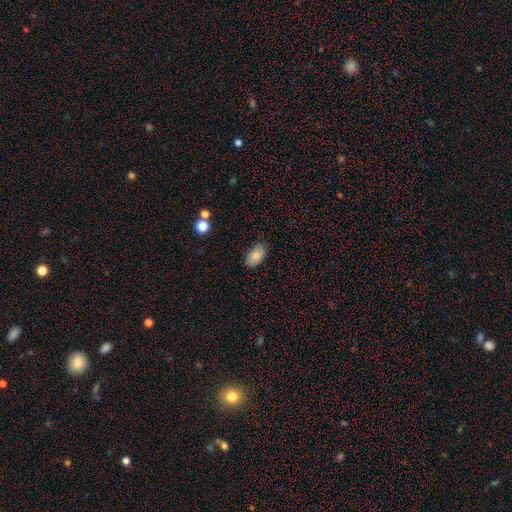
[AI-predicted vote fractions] smooth 82%, featured or disk 10%, star or artifact 8%. Down the decision tree: how rounded — in between (93%); merging — none (82%).